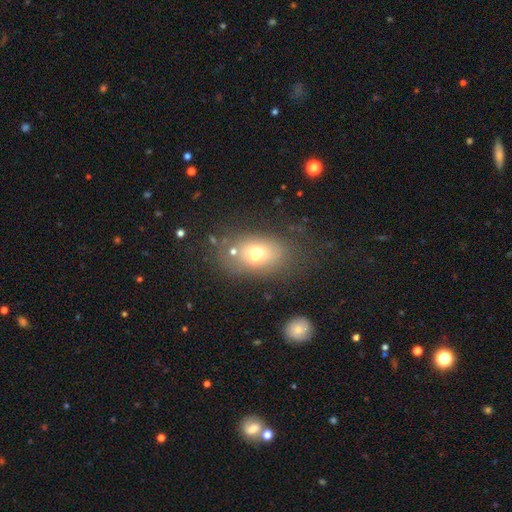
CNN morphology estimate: This is possibly a smooth galaxy (58%). How rounded: likely in between (74%). Merging: possibly none (50%).